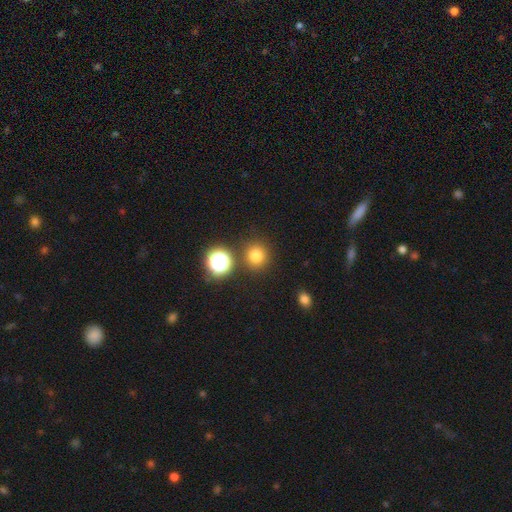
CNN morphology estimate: This appears to be a smooth galaxy with no disk features (77%) that is round (92%). Merging: none (85%).